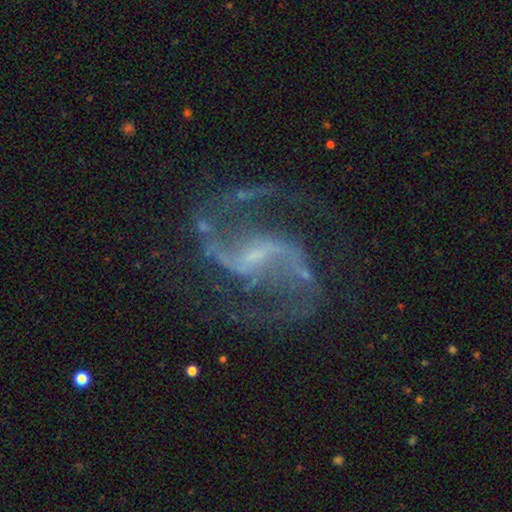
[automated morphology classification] featured or disk 92%, star or artifact 5%, smooth 2%. Down the decision tree: edge-on disk — no (98%); bar — weak (52%); spiral arms — yes (98%); spiral arm count — 2 (93%); spiral winding — medium (53%); bulge size — small (62%); merging — none (74%).